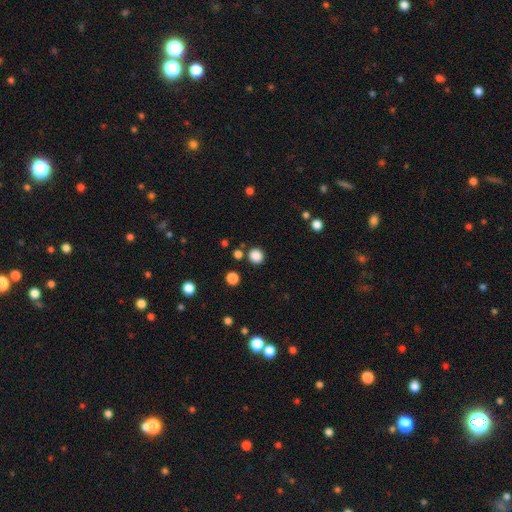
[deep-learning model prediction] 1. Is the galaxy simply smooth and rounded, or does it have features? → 85% smooth, 12% star or artifact, 3% featured or disk.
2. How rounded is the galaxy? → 91% round, 8% in between, 1% cigar-shaped.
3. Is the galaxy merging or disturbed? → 87% none, 7% minor disturbance, 4% merger, 3% major disturbance.